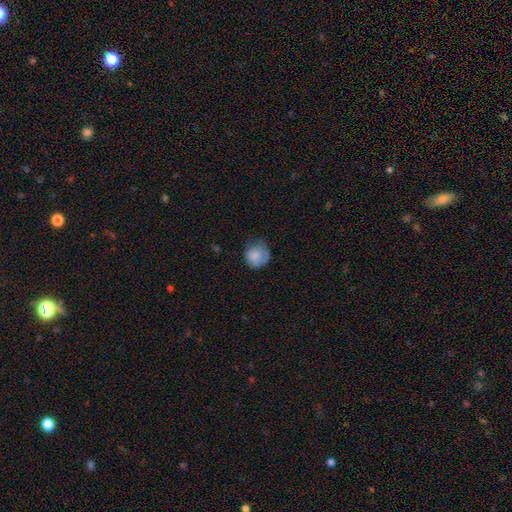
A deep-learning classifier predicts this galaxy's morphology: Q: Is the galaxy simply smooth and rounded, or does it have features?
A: smooth — 77%.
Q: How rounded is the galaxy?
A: round — 80%.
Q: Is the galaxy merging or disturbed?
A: none — 53%.